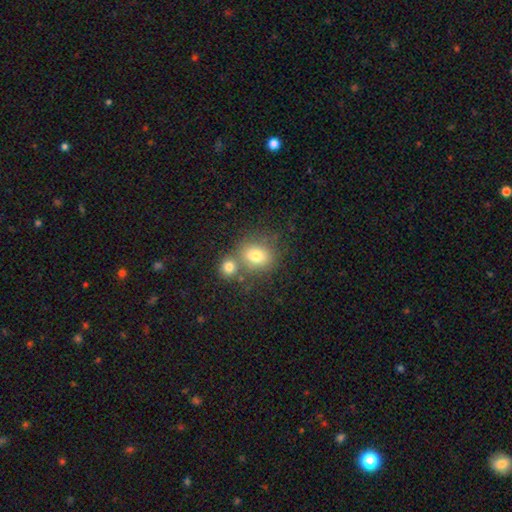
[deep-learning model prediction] This is likely a smooth galaxy (68%). How rounded: likely round (73%). Merging: possibly none (56%).